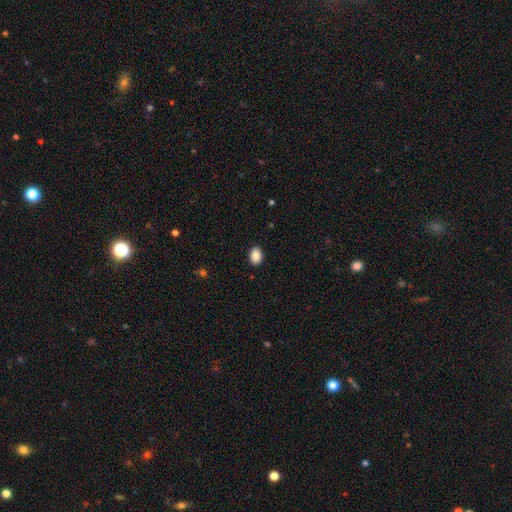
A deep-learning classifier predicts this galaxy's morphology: Smooth or featured: smooth — 89% (star or artifact — 8%)
How rounded: in between — 79% (round — 20%)
Merging: none — 90% (minor disturbance — 8%)